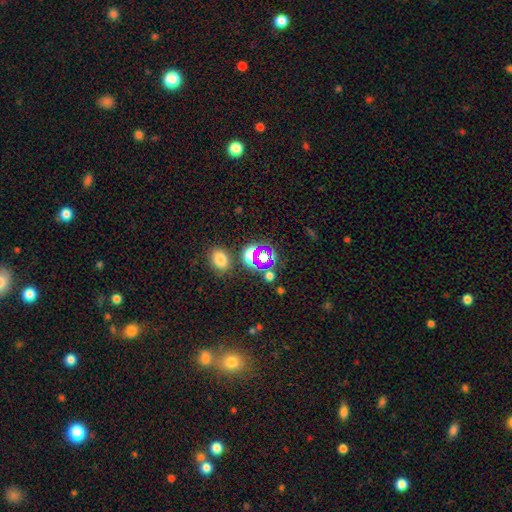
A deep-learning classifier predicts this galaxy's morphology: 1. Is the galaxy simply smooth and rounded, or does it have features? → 58% star or artifact, 32% smooth, 10% featured or disk.